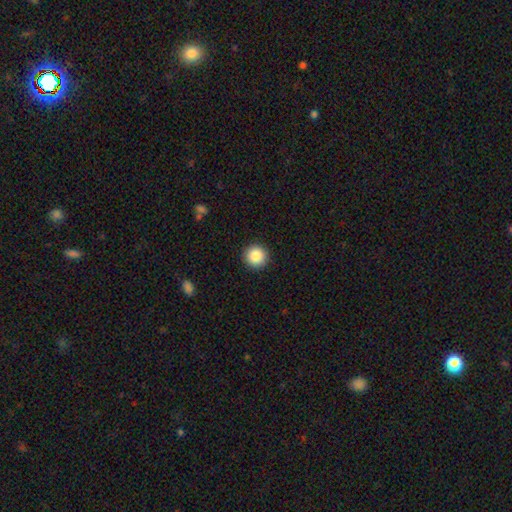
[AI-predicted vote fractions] A smooth galaxy with no disk features (87%) that is round (96%).

Vote fractions:
- Smooth or featured? smooth: 87% / star or artifact: 9% / featured or disk: 4%
- How rounded? round: 96% / in between: 3% / cigar-shaped: 1%
- Merging? none: 92% / minor disturbance: 5% / major disturbance: 2% / merger: 1%